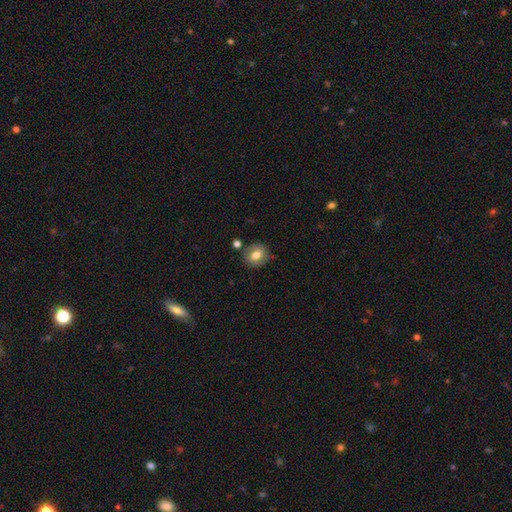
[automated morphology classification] A smooth galaxy with no disk features (69%) that is round (62%). Merging: none (77%).